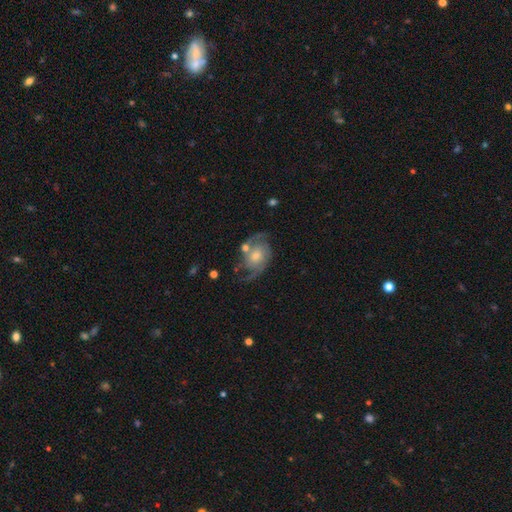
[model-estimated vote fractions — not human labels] A featured or disk galaxy (84%) with no bar (64%), 2 (89%) medium (49%) spiral arms (96%) and a moderate central bulge (47%).

Vote fractions:
- Smooth or featured? featured or disk: 84% / smooth: 10% / star or artifact: 6%
- Edge-on disk? no: 97% / yes: 3%
- Bar? no: 64% / weak: 30% / strong: 6%
- Spiral arms? yes: 96% / no: 4%
- Spiral winding? medium: 49% / loose: 27% / tight: 24%
- Spiral arm count? 2: 89% / can't tell: 4% / 3: 2% / 1: 2% / 4: 1% / more than 4: 1%
- Bulge size? moderate: 47% / small: 37% / large: 8% / none: 5% / dominant: 2%
- Merging? none: 59% / minor disturbance: 19% / major disturbance: 13% / merger: 10%